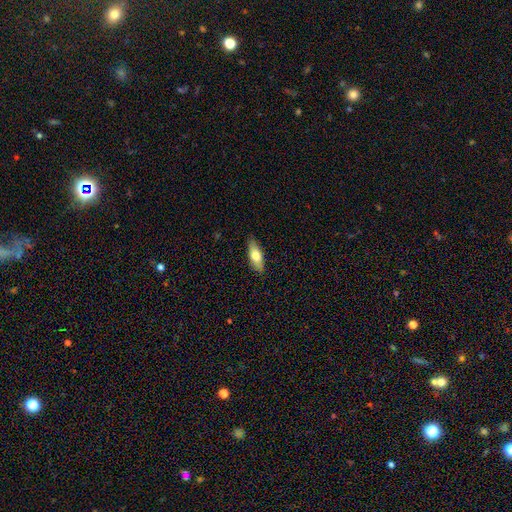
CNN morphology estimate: smooth_or_featured: smooth (p=0.69) [alt: featured or disk p=0.25]
how_rounded: in between (p=0.68) [alt: cigar-shaped p=0.29]
merging: none (p=0.87) [alt: minor disturbance p=0.10]